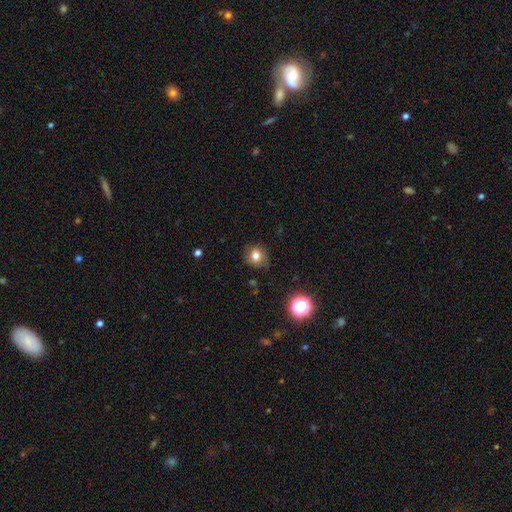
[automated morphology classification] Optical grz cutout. It shows a smooth galaxy with no disk features (77%) that is round (84%). Merging: none (78%).